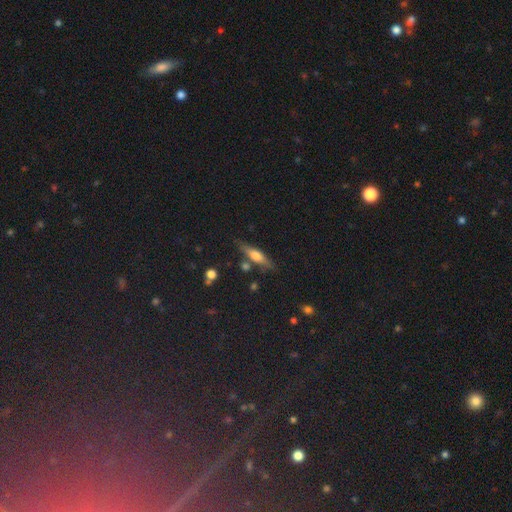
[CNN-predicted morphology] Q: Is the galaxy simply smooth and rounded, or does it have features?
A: featured or disk — 48%.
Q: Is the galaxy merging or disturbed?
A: none — 78%.